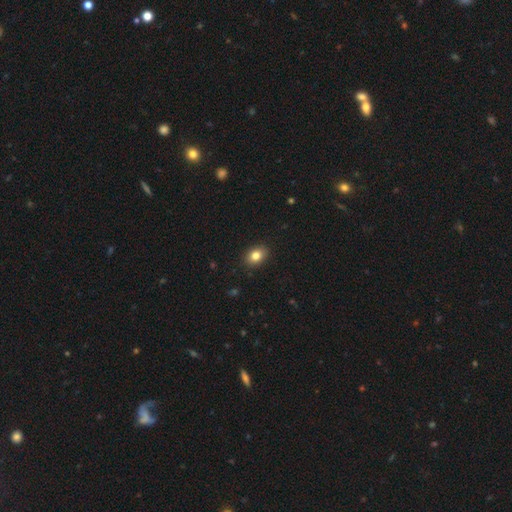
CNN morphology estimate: type=smooth (83%); roundness=in between (72%); merging=none (89%).